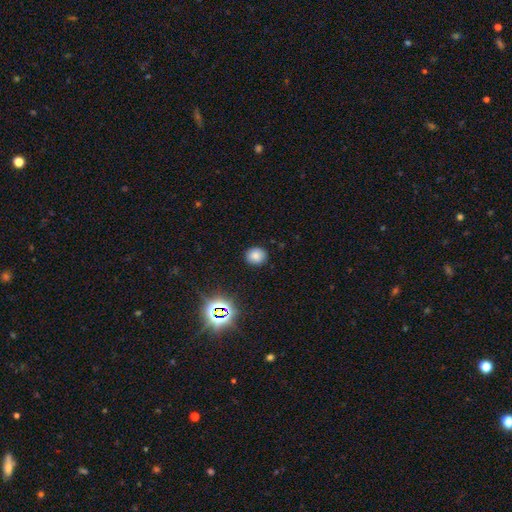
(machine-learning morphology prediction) type=smooth (76%); roundness=round (79%); merging=none (89%).